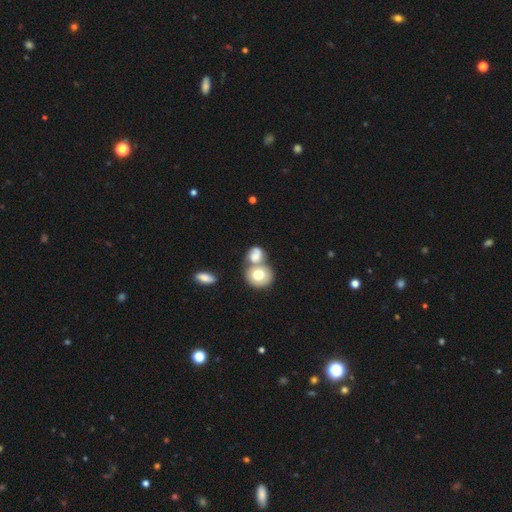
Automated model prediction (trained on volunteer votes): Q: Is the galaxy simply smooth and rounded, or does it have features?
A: smooth — 65%.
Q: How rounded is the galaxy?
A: round — 63%.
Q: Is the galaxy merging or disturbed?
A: merger — 53%.